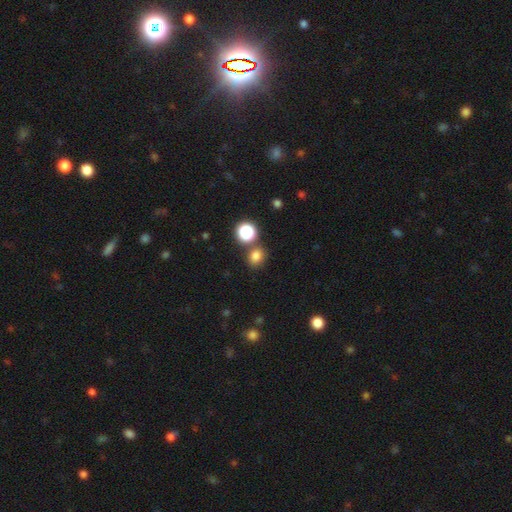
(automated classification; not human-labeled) smooth_or_featured: smooth (p=0.78) [alt: star or artifact p=0.17]
how_rounded: round (p=0.71) [alt: in between p=0.28]
merging: none (p=0.76) [alt: merger p=0.11]